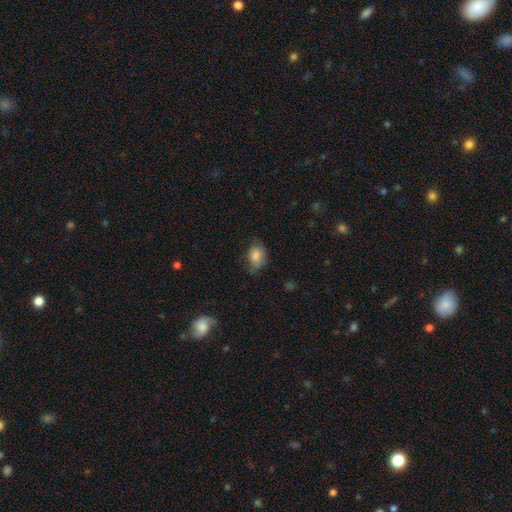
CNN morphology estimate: Smooth or featured? smooth (80%)
How rounded? in between (81%)
Merging? none (61%)